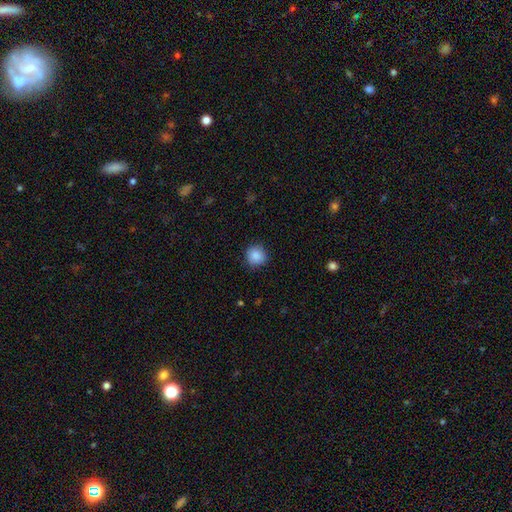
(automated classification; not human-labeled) smooth 88%, star or artifact 9%, featured or disk 3%. Down the decision tree: how rounded — round (92%); merging — none (88%).